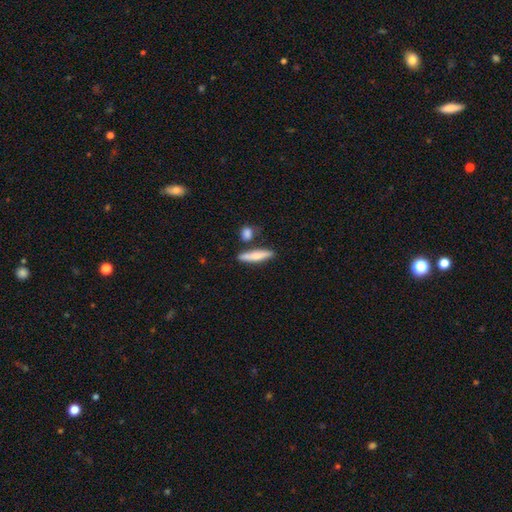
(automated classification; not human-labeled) Smooth or featured? Predicted: smooth (p=0.71). How rounded? Predicted: cigar-shaped (p=0.80). Merging? Predicted: none (p=0.75).